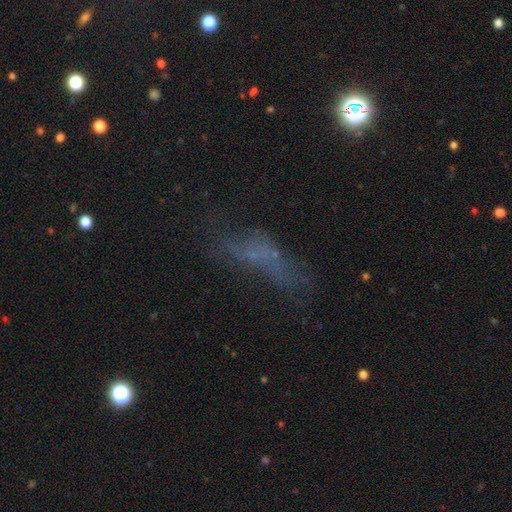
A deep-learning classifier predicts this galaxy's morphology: smooth-or-featured: smooth: 37% | featured or disk: 32% | star or artifact: 31%
  merging: none: 43% | major disturbance: 29% | minor disturbance: 23% | merger: 5%